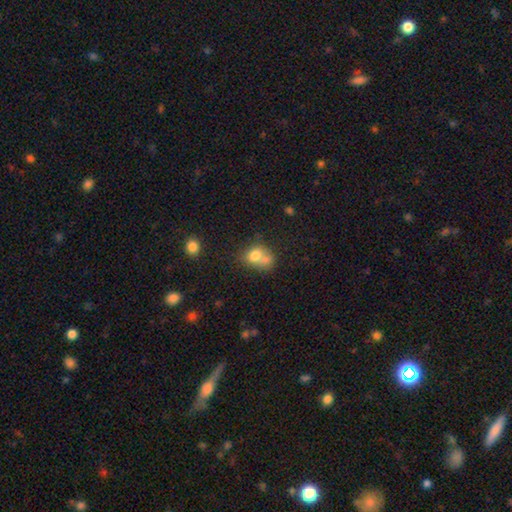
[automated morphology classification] smooth 73%, featured or disk 17%, star or artifact 10%. Down the decision tree: how rounded — in between (51%); merging — merger (57%).